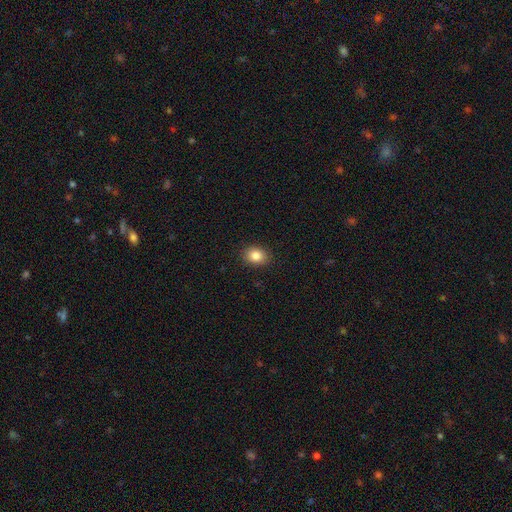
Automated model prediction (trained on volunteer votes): Smooth or featured? smooth (85%)
How rounded? in between (59%)
Merging? none (89%)